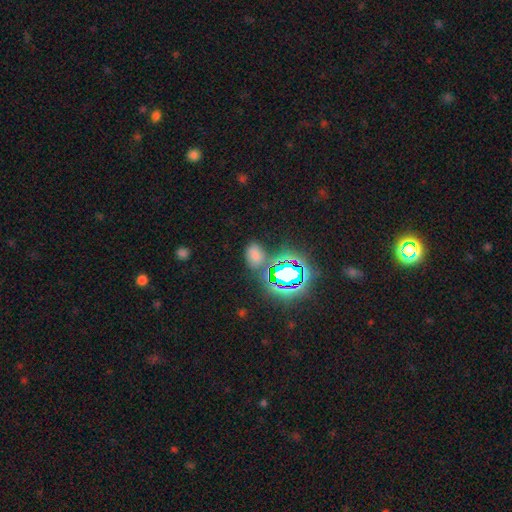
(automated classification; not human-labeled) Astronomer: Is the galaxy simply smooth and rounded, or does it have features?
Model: smooth — 57% (runner-up: star or artifact, 35%).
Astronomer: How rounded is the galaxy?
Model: in between — 79%.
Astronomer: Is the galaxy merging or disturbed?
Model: none — 71%.